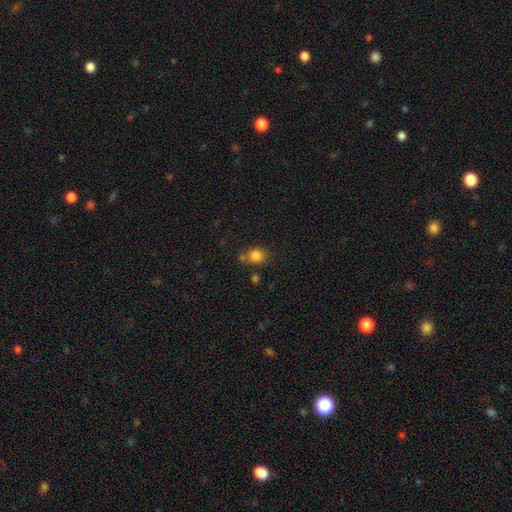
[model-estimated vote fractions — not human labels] A smooth galaxy with no disk features (83%) that is round (75%). Merging: none (68%).